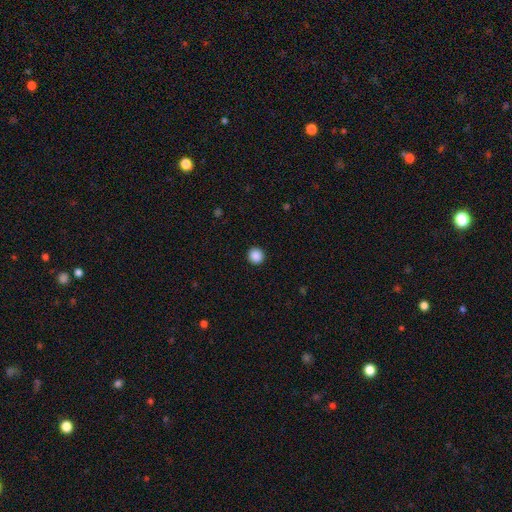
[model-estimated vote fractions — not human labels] Smooth or featured?
  - smooth: 89% *
  - star or artifact: 9%
  - featured or disk: 2%
How rounded?
  - round: 95% *
  - in between: 4%
  - cigar-shaped: 1%
Merging?
  - none: 93% *
  - minor disturbance: 4%
  - major disturbance: 2%
  - merger: 1%